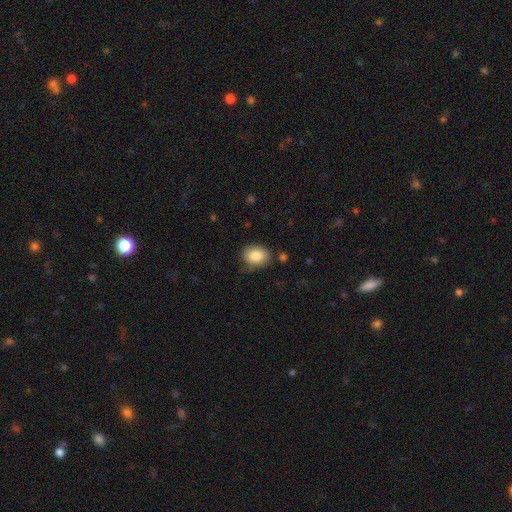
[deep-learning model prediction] Morphology: type=smooth (86%); roundness=in between (67%); merging=none (75%).